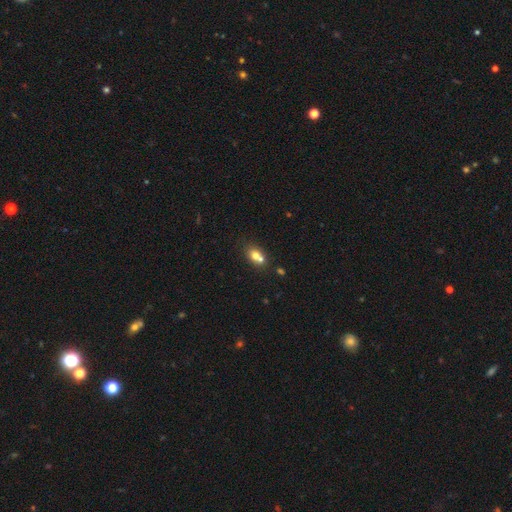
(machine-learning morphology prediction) Smooth or featured: smooth — 71% (featured or disk — 17%)
How rounded: in between — 51% (round — 47%)
Merging: merger — 53% (none — 36%)